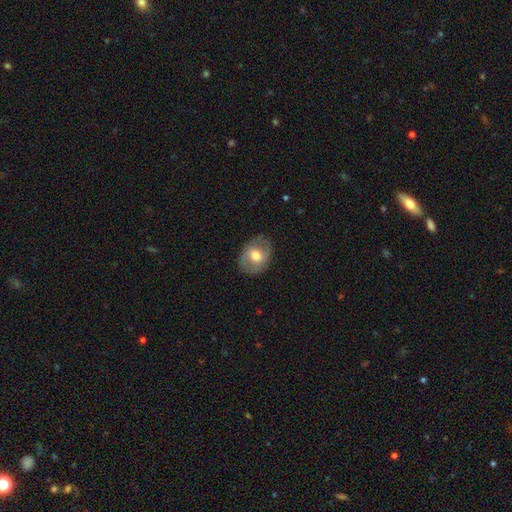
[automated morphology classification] Overall: smooth (54%; featured or disk 39%). How rounded: in between (56%; round 43%). Merging: none (78%).